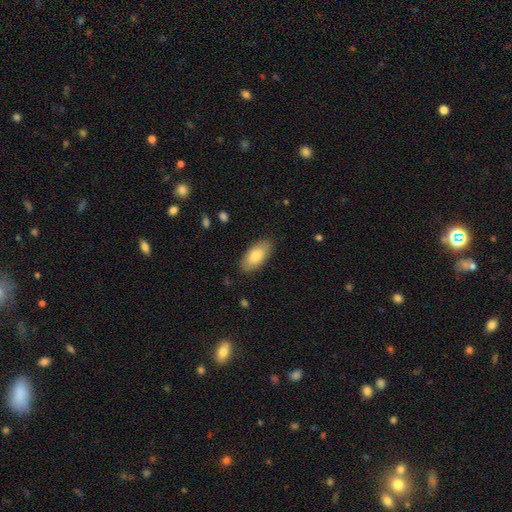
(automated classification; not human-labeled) Smooth or featured? Predicted: smooth (p=0.81). How rounded? Predicted: in between (p=0.92). Merging? Predicted: none (p=0.85).